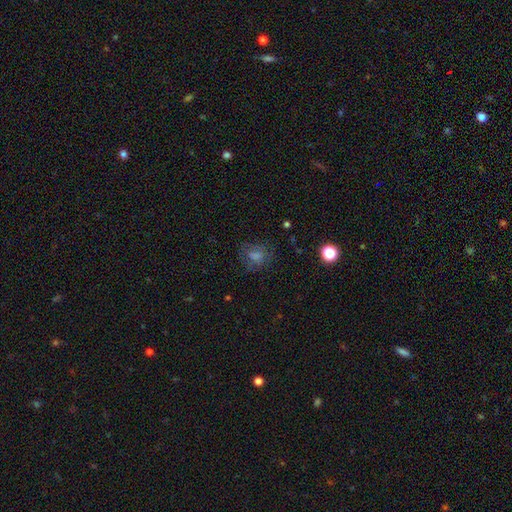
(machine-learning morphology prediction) smooth-or-featured: smooth: 52% | star or artifact: 28% | featured or disk: 20%
  how-rounded: round: 71% | in between: 27% | cigar-shaped: 1%
  merging: none: 73% | minor disturbance: 16% | major disturbance: 9% | merger: 2%